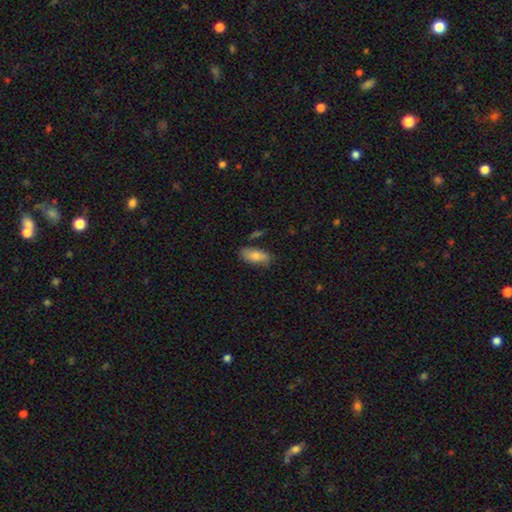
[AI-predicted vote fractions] Smooth or featured?
  - smooth: 78% *
  - featured or disk: 15%
  - star or artifact: 7%
How rounded?
  - in between: 86% *
  - cigar-shaped: 12%
  - round: 3%
Merging?
  - none: 78% *
  - minor disturbance: 15%
  - merger: 4%
  - major disturbance: 3%